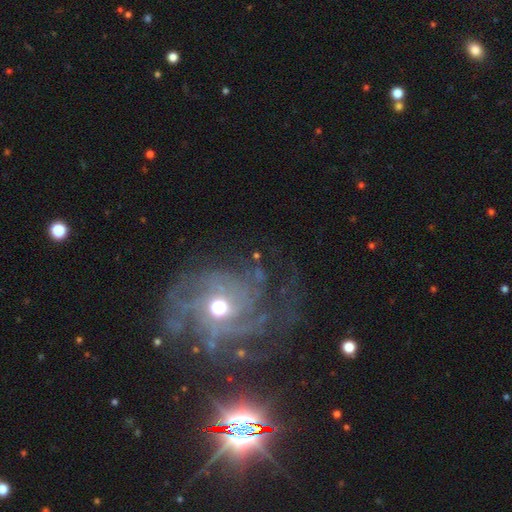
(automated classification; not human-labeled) Smooth or featured: featured or disk — 74% (star or artifact — 16%)
Edge-on disk: no — 96% (yes — 4%)
Bar: no — 75% (weak — 18%)
Spiral arms: yes — 87% (no — 13%)
Spiral winding: tight — 49% (medium — 34%)
Spiral arm count: can't tell — 31% (more than 4 — 17%)
Bulge size: moderate — 62% (small — 27%)
Merging: none — 60% (major disturbance — 20%)